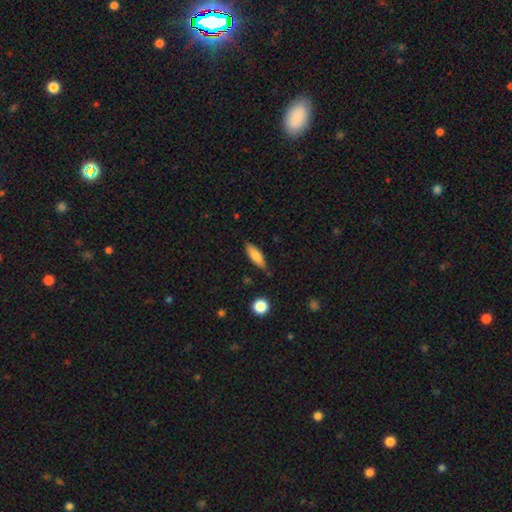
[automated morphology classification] This appears to be a smooth galaxy with no disk features (79%) that is in between round and cigar-shaped (56%). Merging: none (79%).